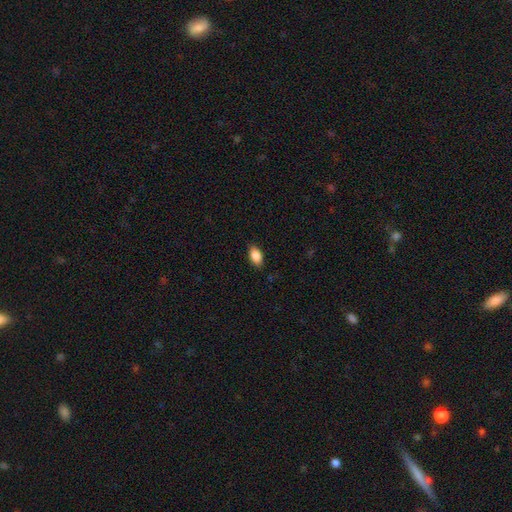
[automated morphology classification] Q: Smooth or featured?
A: smooth (88%); runner-up: star or artifact (7%)
Q: How rounded?
A: in between (91%); runner-up: round (7%)
Q: Merging?
A: none (85%); runner-up: minor disturbance (12%)